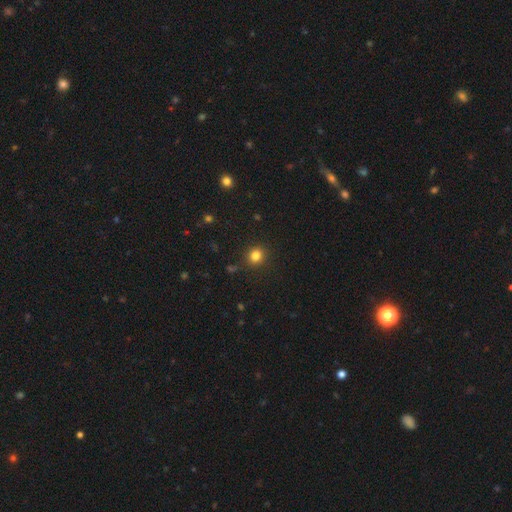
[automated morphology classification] Overall: smooth (82%). How rounded: round (85%). Merging: none (88%).